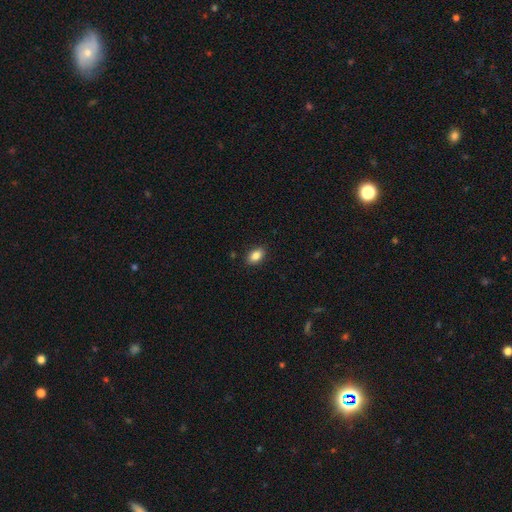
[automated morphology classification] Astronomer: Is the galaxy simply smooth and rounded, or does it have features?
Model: smooth — 86%.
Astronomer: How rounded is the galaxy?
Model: in between — 88%.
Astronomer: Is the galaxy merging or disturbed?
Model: none — 88%.